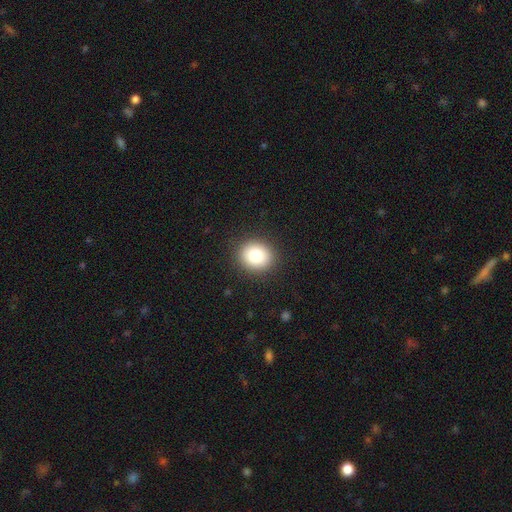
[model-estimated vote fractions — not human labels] This appears to be a smooth galaxy with no disk features (85%) that is round (66%). Merging: none (90%).